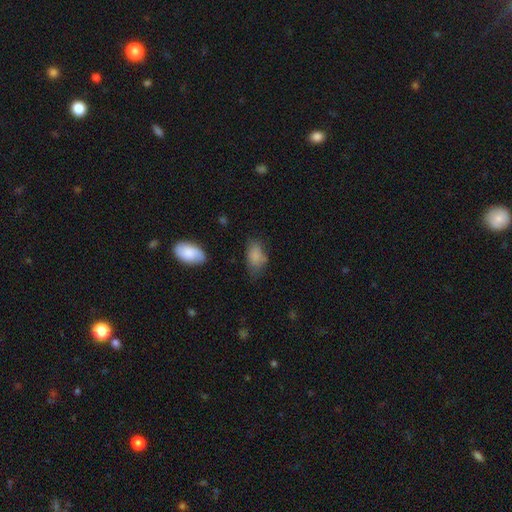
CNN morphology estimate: smooth_or_featured: smooth (p=0.83) [alt: star or artifact p=0.09]
how_rounded: in between (p=0.91) [alt: round p=0.07]
merging: none (p=0.56) [alt: minor disturbance p=0.30]